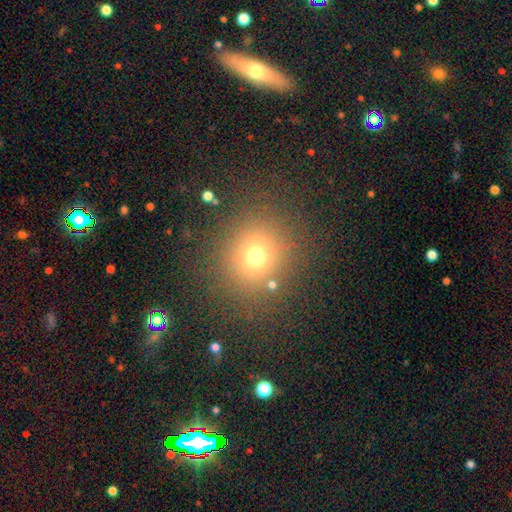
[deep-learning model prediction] The model was most divided on "smooth or featured": smooth: 68%, star or artifact: 22%, featured or disk: 9%. More confident: how rounded — round (88%); merging — none (83%).